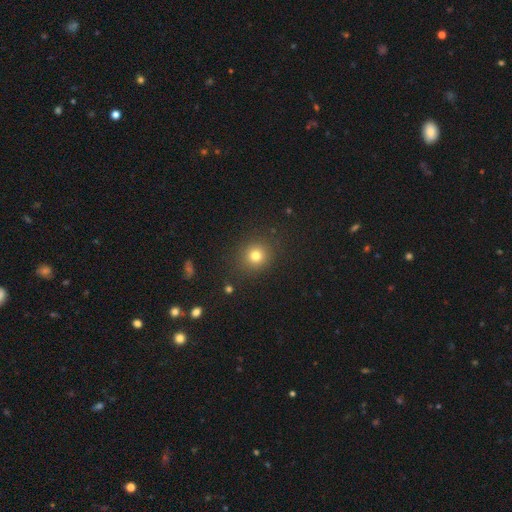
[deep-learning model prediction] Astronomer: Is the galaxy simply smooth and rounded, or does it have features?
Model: smooth — 79%.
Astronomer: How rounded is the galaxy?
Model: round — 90%.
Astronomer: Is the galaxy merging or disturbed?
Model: none — 88%.